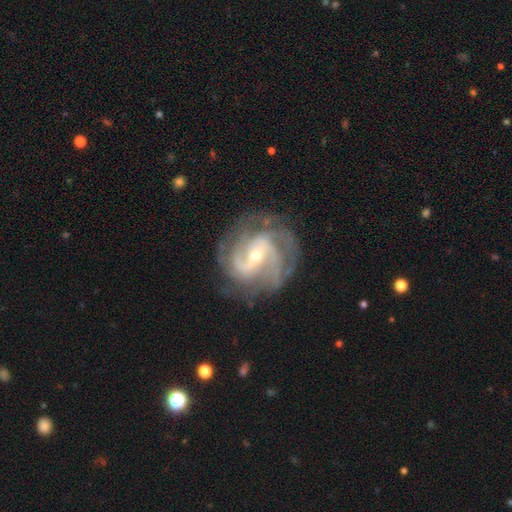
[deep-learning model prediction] Smooth or featured: featured or disk — 91% (star or artifact — 5%)
Edge-on disk: no — 97% (yes — 3%)
Bar: weak — 44% (strong — 37%)
Spiral arms: yes — 98% (no — 2%)
Spiral winding: medium — 46% (tight — 41%)
Spiral arm count: 2 — 37% (3 — 27%)
Bulge size: small — 62% (moderate — 35%)
Merging: none — 76% (minor disturbance — 15%)